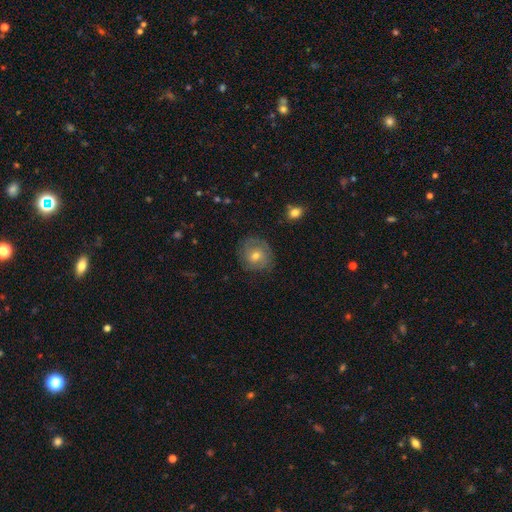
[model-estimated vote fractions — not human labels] Smooth or featured? Predicted: smooth (p=0.55). How rounded? Predicted: round (p=0.83). Merging? Predicted: none (p=0.75).